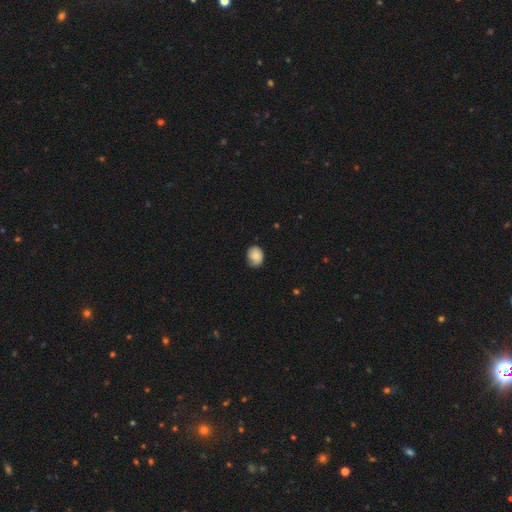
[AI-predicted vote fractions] This appears to be a smooth galaxy with no disk features (78%) that is round (55%). Merging: none (67%).